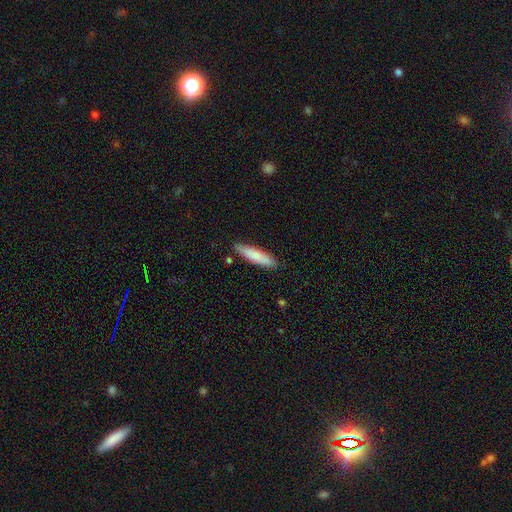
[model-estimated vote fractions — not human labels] smooth_or_featured: smooth (p=0.79) [alt: featured or disk p=0.15]
how_rounded: cigar-shaped (p=0.78) [alt: in between p=0.21]
merging: none (p=0.82) [alt: minor disturbance p=0.14]